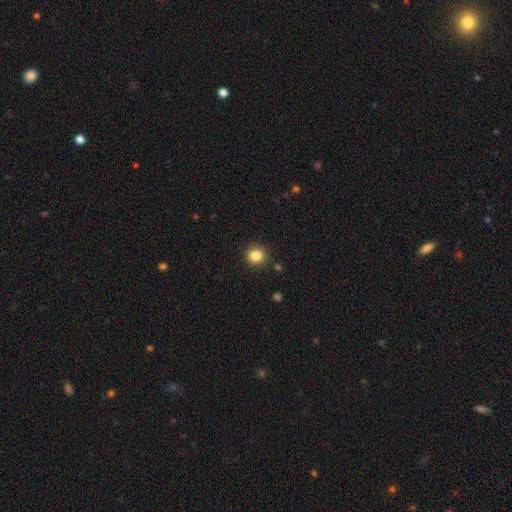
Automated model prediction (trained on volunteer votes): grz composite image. It shows a smooth galaxy with no disk features (84%) that is round (89%). Merging: none (91%).